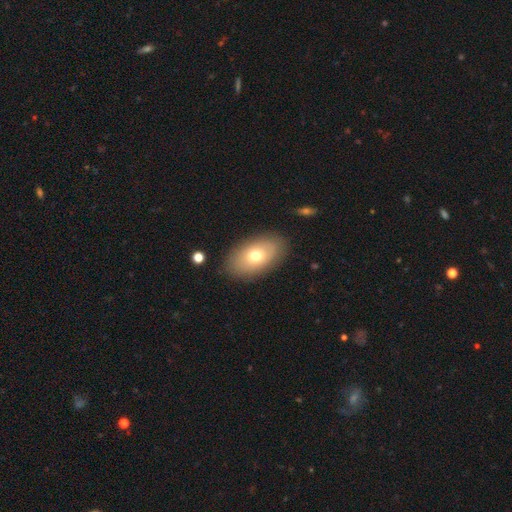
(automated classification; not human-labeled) Morphology: type=smooth (69%); roundness=in between (91%); merging=none (85%).